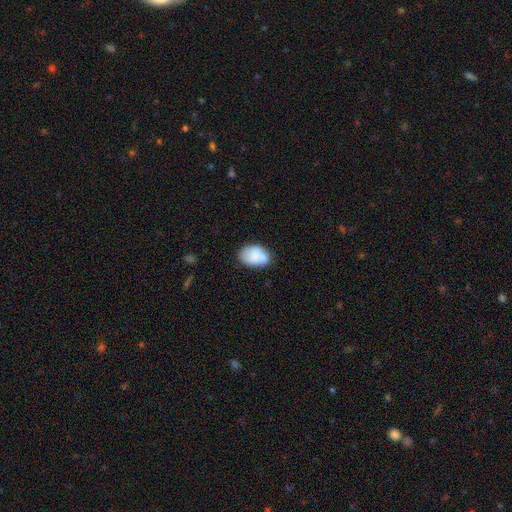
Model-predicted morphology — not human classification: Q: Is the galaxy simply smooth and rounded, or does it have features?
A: smooth — 76%.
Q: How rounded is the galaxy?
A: in between — 83%.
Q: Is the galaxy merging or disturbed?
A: none — 57%.